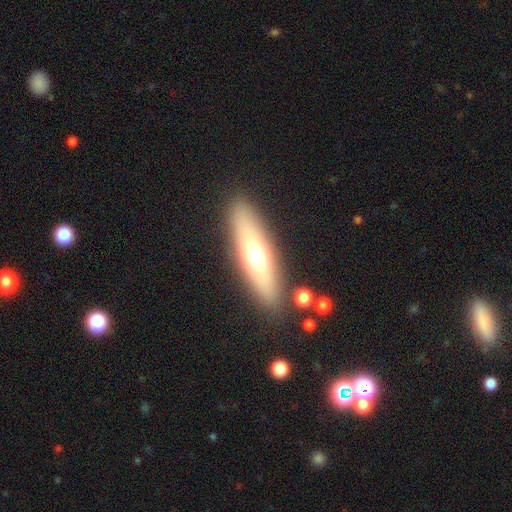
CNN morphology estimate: Q: Smooth or featured?
A: smooth (55%); runner-up: featured or disk (36%)
Q: How rounded?
A: cigar-shaped (60%); runner-up: in between (37%)
Q: Merging?
A: none (87%); runner-up: minor disturbance (8%)